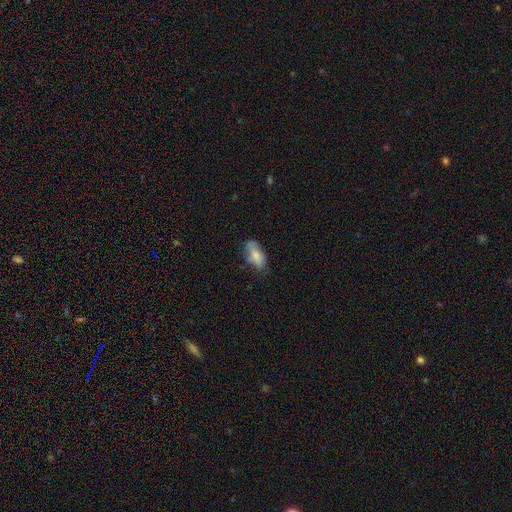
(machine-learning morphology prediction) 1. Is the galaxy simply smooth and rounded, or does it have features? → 75% smooth, 18% featured or disk, 7% star or artifact.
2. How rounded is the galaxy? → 86% in between, 11% cigar-shaped, 3% round.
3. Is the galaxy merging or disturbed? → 58% none, 29% minor disturbance, 8% major disturbance, 4% merger.